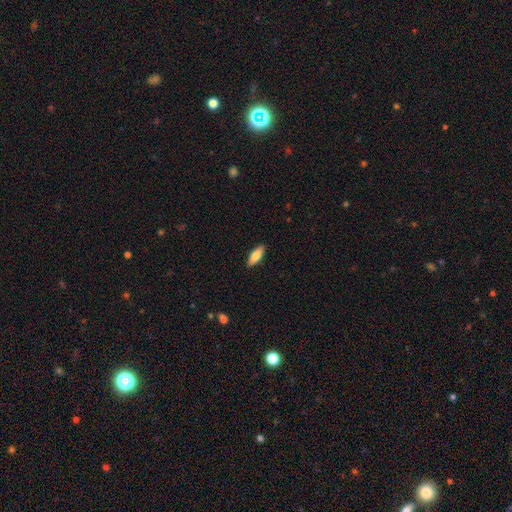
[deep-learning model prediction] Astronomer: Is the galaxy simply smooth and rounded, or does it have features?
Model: smooth — 82%.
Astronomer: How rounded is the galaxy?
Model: in between — 72%.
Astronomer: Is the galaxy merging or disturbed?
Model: none — 90%.